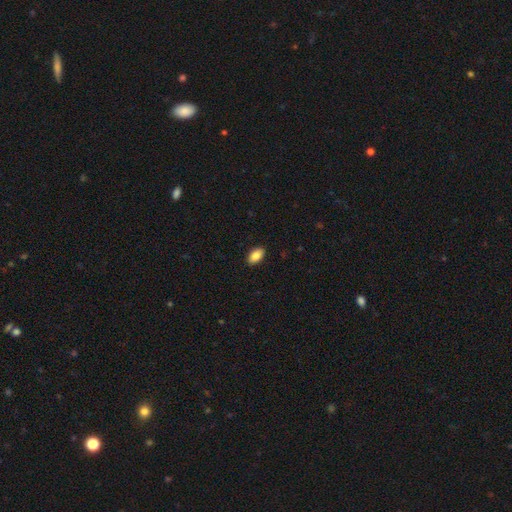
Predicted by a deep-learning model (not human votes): Q: Smooth or featured?
A: smooth (87%); runner-up: star or artifact (7%)
Q: How rounded?
A: in between (93%); runner-up: round (4%)
Q: Merging?
A: none (90%); runner-up: minor disturbance (7%)